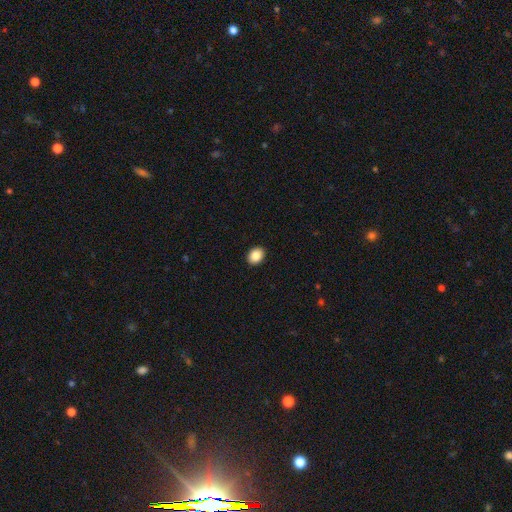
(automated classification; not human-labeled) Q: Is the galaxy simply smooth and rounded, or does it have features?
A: smooth — 87%.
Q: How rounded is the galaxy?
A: in between — 57%.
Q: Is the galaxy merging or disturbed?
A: none — 92%.